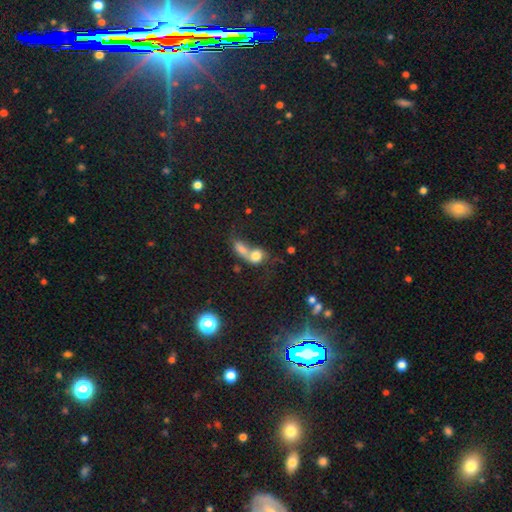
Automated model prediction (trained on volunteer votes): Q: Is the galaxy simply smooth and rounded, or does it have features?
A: smooth — 70%.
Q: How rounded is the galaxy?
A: in between — 49%.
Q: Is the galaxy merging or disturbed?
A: merger — 73%.